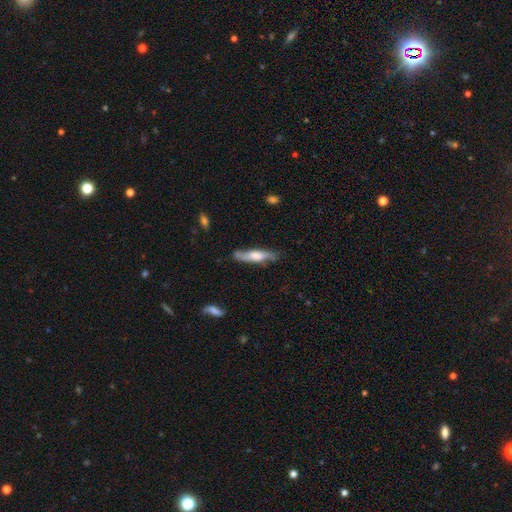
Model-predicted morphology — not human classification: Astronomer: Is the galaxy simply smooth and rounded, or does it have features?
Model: featured or disk — 54% (runner-up: smooth, 40%).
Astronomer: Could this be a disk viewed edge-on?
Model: yes — 58% (runner-up: no, 42%).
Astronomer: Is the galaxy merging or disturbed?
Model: none — 76%.